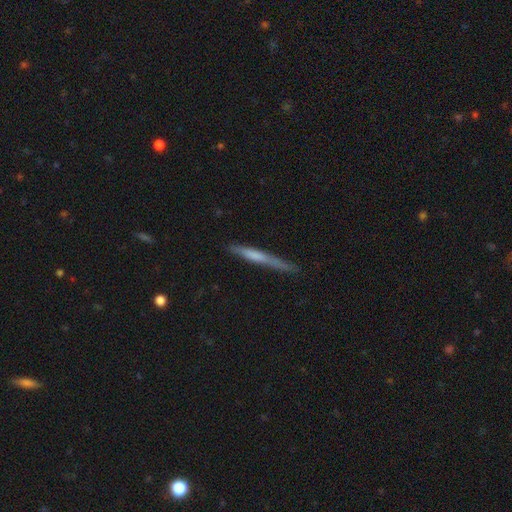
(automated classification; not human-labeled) A smooth galaxy with no disk features (52%) that is cigar-shaped (96%). Merging: none (81%).